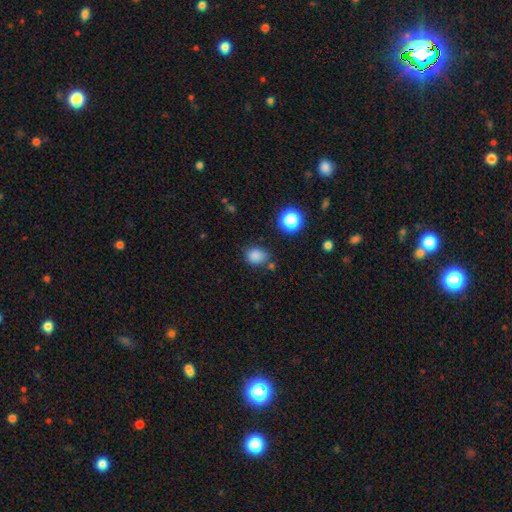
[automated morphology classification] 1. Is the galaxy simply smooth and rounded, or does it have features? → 81% smooth, 14% star or artifact, 5% featured or disk.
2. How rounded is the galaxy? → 50% round, 49% in between, 1% cigar-shaped.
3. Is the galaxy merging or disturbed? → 68% none, 20% minor disturbance, 6% merger, 5% major disturbance.